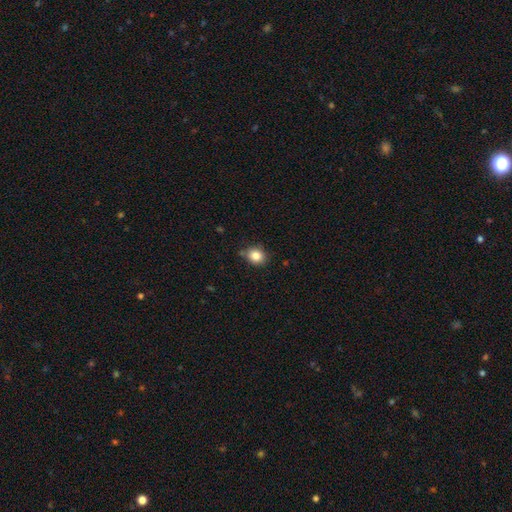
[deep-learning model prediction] This appears to be a smooth galaxy with no disk features (84%) that is round (69%). Merging: none (78%).